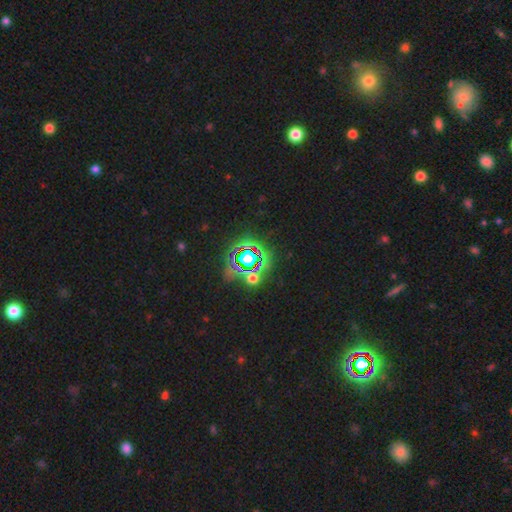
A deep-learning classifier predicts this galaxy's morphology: A star or artifact, not a galaxy (71%).

Vote fractions:
- Smooth or featured? star or artifact: 71% / smooth: 19% / featured or disk: 11%